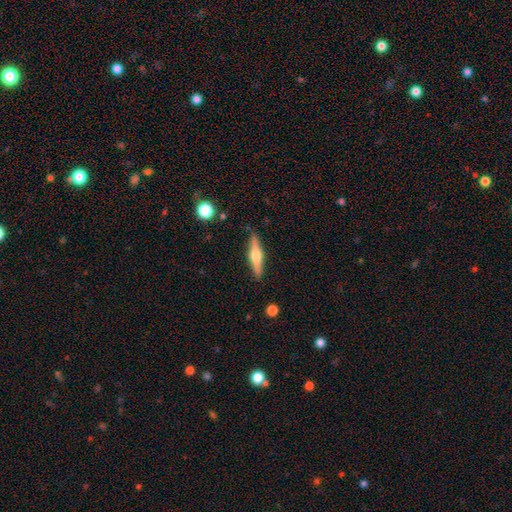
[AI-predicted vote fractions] A featured or disk galaxy (62%) viewed edge-on (97%) with a rounded central bulge (92%). Merging: none (88%).